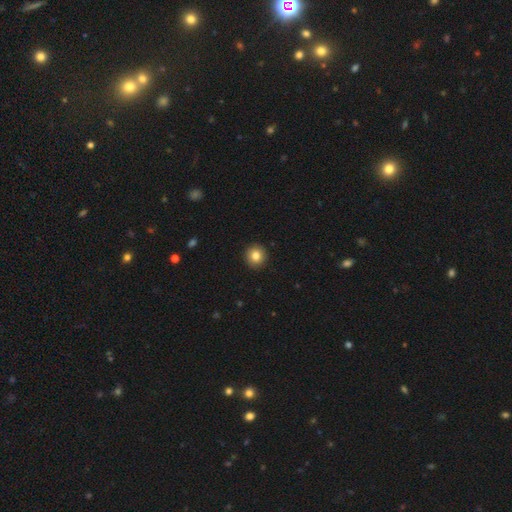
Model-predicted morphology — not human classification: The model was most divided on "smooth or featured": smooth: 83%, star or artifact: 10%, featured or disk: 7%. More confident: how rounded — round (93%); merging — none (93%).